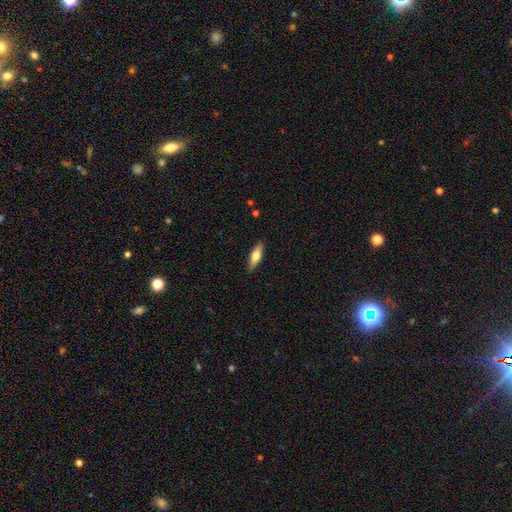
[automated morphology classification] type=smooth (55%); roundness=cigar-shaped (49%); merging=none (88%).